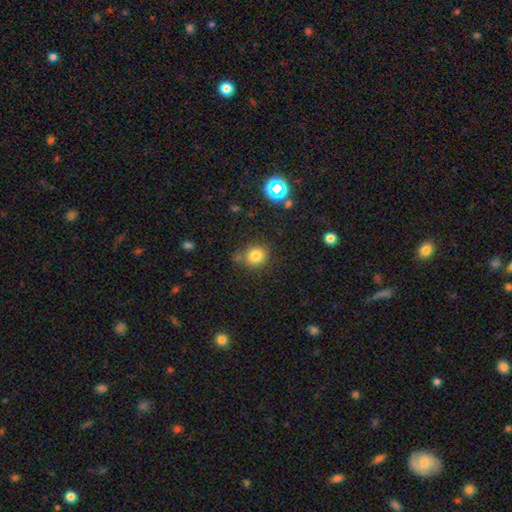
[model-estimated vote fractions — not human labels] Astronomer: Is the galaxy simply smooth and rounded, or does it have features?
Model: smooth — 79%.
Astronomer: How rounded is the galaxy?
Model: round — 81%.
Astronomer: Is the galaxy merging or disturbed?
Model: none — 71%.